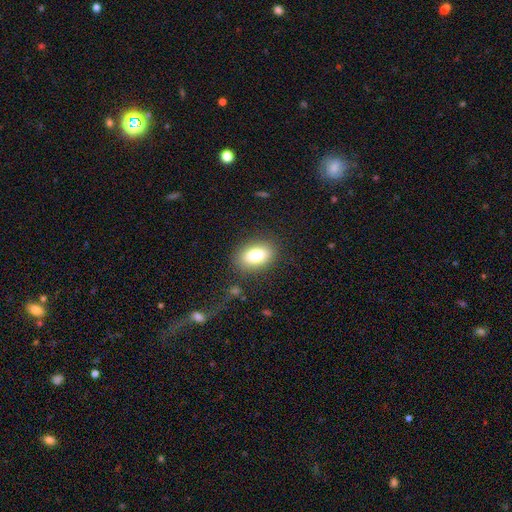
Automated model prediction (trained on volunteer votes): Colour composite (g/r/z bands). It shows a smooth galaxy with no disk features (79%) that is in between round and cigar-shaped (84%). Merging: none (83%).